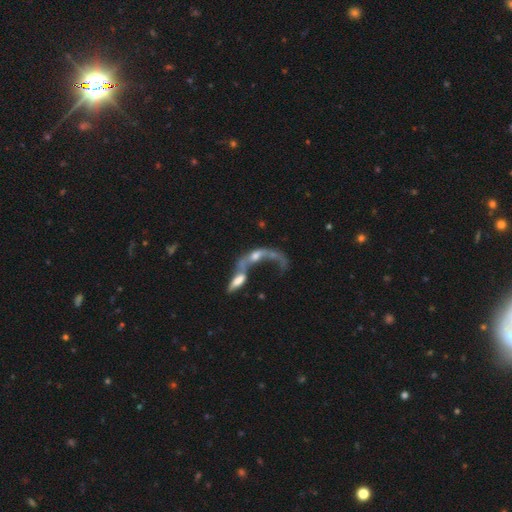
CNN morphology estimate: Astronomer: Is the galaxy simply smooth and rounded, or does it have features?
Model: featured or disk — 60%.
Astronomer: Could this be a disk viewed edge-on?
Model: no — 82%.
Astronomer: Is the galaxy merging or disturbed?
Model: merger — 69%.